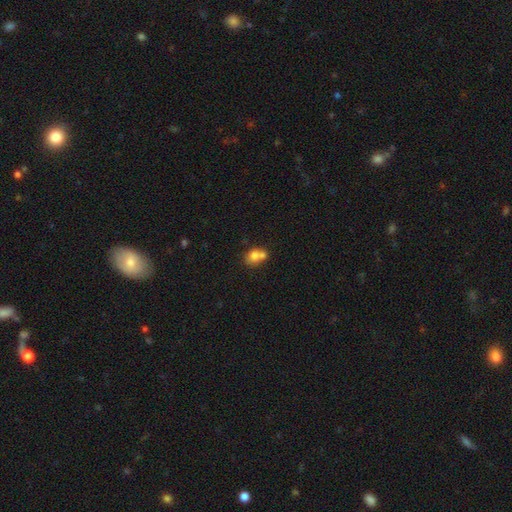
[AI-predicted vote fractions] Morphology: type=smooth (72%); roundness=round (56%); merging=merger (58%).